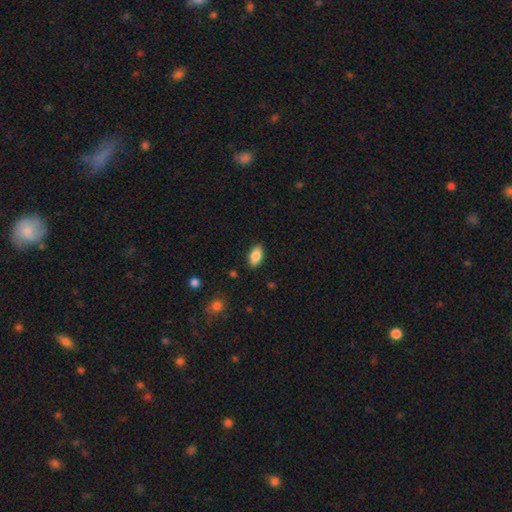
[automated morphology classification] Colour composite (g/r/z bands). It shows a smooth galaxy with no disk features (86%) that is in between round and cigar-shaped (92%). Merging: none (87%).